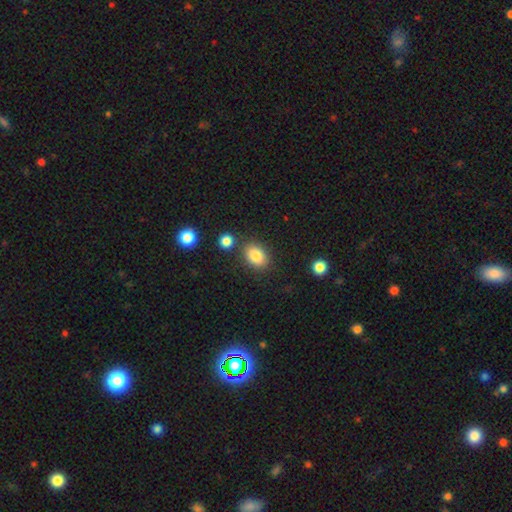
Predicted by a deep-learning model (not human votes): Overall: smooth (84%). How rounded: in between (75%). Merging: none (77%).